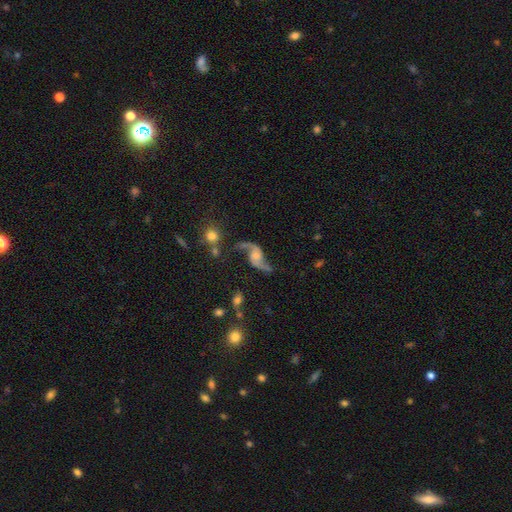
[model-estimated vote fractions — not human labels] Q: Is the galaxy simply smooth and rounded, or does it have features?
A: featured or disk — 89%.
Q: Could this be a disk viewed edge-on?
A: no — 97%.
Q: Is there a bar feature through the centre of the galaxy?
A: no — 61%.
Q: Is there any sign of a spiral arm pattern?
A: yes — 96%.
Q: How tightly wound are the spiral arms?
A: loose — 89%.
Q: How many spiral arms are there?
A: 2 — 94%.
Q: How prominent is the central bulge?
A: none — 32%.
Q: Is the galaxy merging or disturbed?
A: none — 68%.